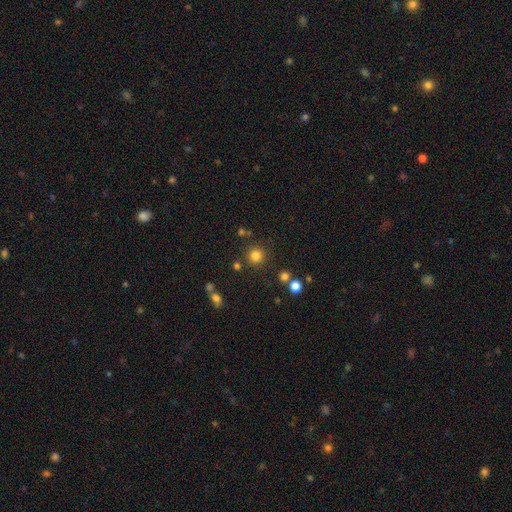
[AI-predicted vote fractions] smooth-or-featured: smooth: 80% | star or artifact: 14% | featured or disk: 5%
  how-rounded: round: 94% | in between: 6% | cigar-shaped: 1%
  merging: none: 86% | minor disturbance: 7% | merger: 5% | major disturbance: 3%